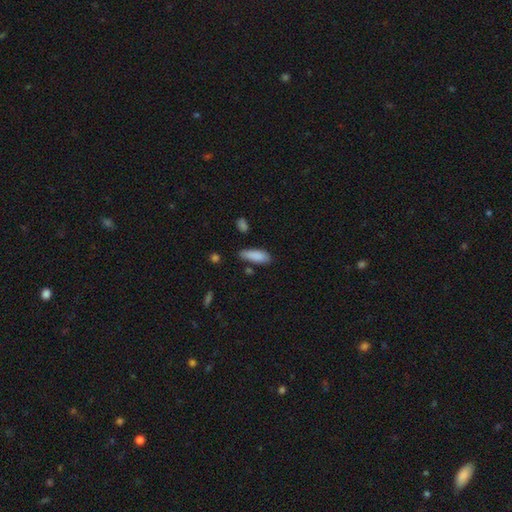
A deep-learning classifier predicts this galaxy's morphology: This is clearly a smooth galaxy (87%). How rounded: likely in between (62%). Merging: likely none (73%).